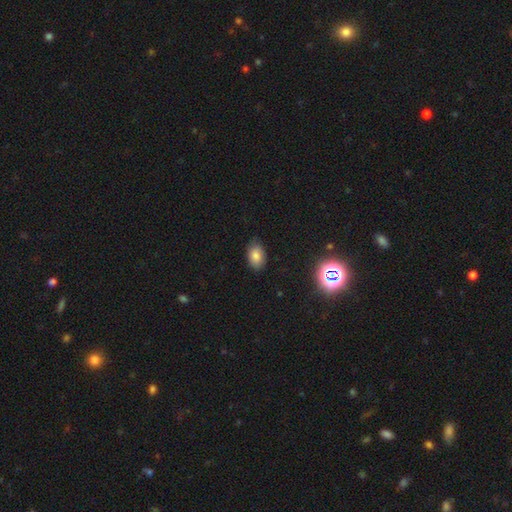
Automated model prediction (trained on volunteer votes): The model was most divided on "merging": none: 80%, minor disturbance: 16%, major disturbance: 3%, merger: 1%. More confident: how rounded — in between (87%); smooth or featured — smooth (79%).